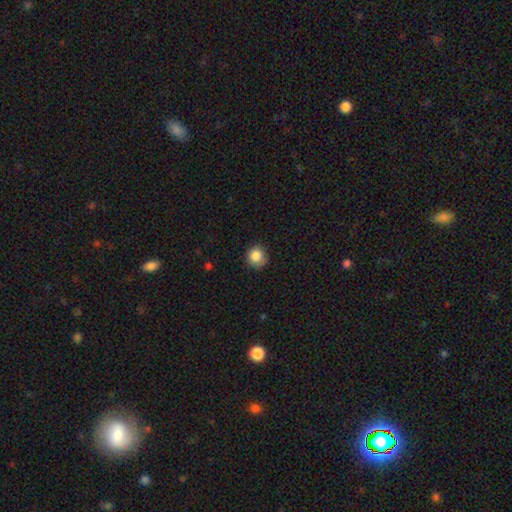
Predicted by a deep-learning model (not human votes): smooth_or_featured: smooth (p=0.85) [alt: star or artifact p=0.10]
how_rounded: round (p=0.91) [alt: in between p=0.08]
merging: none (p=0.80) [alt: minor disturbance p=0.16]